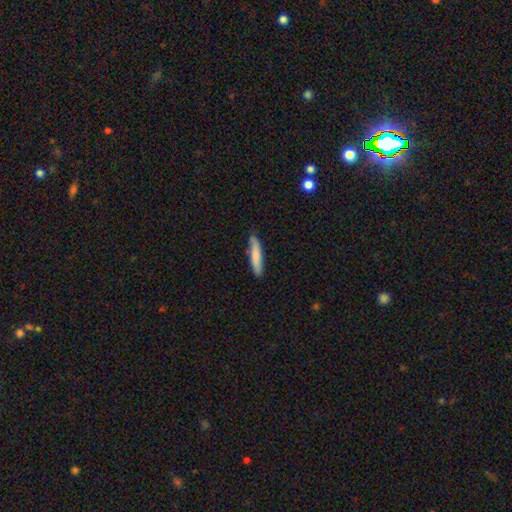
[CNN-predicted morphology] A smooth galaxy with no disk features (77%) that is cigar-shaped (87%). Merging: none (82%).